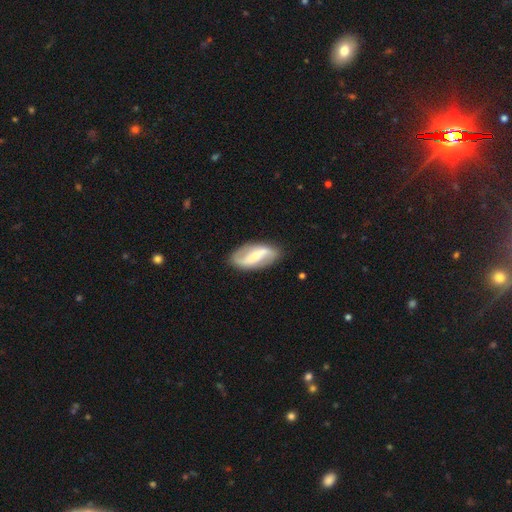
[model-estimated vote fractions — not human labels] A featured or disk galaxy (75%) with a strong bar (50%), 2 (91%) loose (65%) spiral arms (88%) and a small central bulge (50%).

Vote fractions:
- Smooth or featured? featured or disk: 75% / smooth: 20% / star or artifact: 5%
- Edge-on disk? no: 93% / yes: 7%
- Bar? strong: 50% / weak: 33% / no: 17%
- Spiral arms? yes: 88% / no: 12%
- Spiral winding? loose: 65% / medium: 24% / tight: 11%
- Spiral arm count? 2: 91% / can't tell: 4% / 1: 2% / 3: 1% / 4: 1% / more than 4: 1%
- Bulge size? small: 50% / moderate: 39% / none: 5% / large: 4% / dominant: 1%
- Merging? none: 85% / minor disturbance: 11% / major disturbance: 3% / merger: 1%